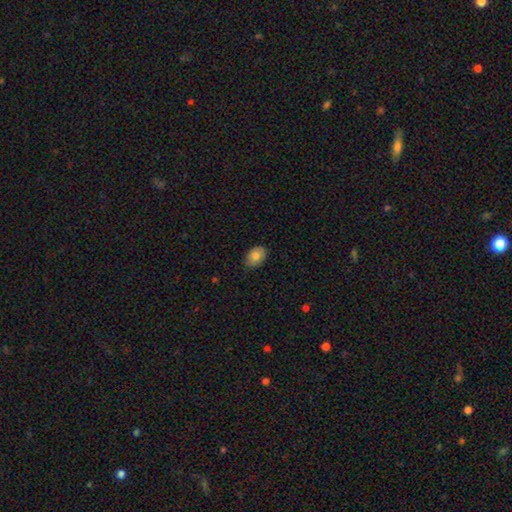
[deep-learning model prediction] Smooth or featured? smooth (82%)
How rounded? in between (81%)
Merging? none (82%)